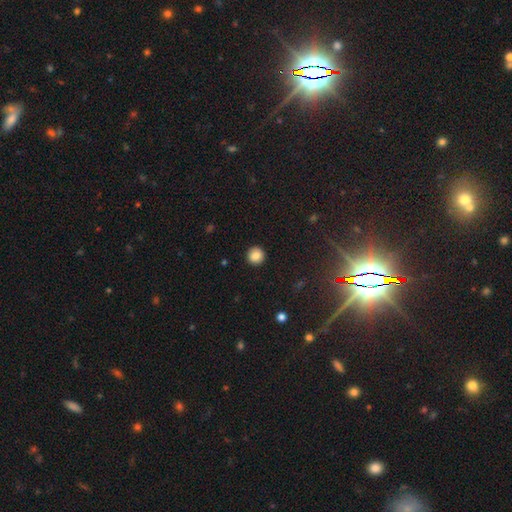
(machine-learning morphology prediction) This appears to be a smooth galaxy with no disk features (86%) that is round (95%). Merging: none (93%).